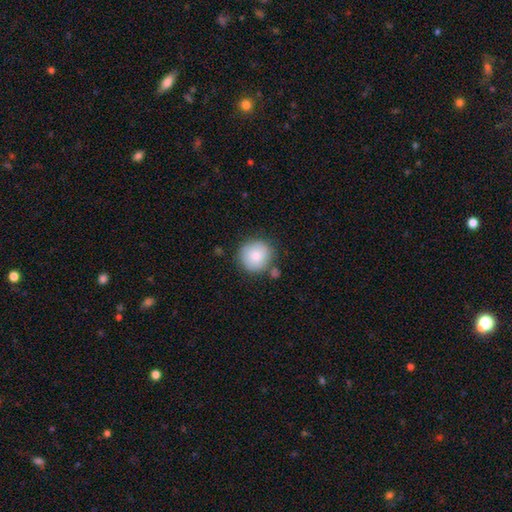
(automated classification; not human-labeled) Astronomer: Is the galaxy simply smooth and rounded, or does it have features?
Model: smooth — 82%.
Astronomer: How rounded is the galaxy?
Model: round — 92%.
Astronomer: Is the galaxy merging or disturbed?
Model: none — 77%.